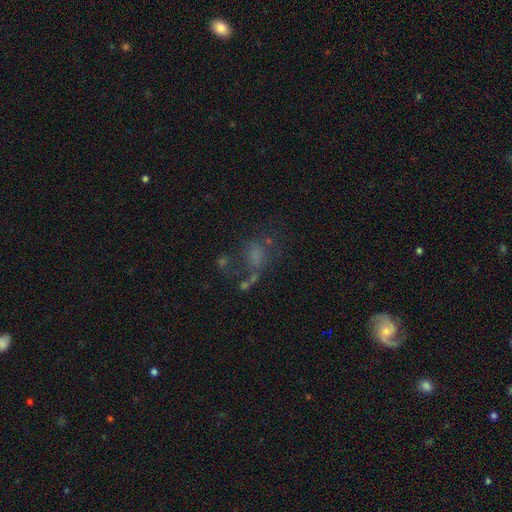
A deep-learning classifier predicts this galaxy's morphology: Smooth or featured? Predicted: smooth (p=0.43). Merging? Predicted: none (p=0.38).